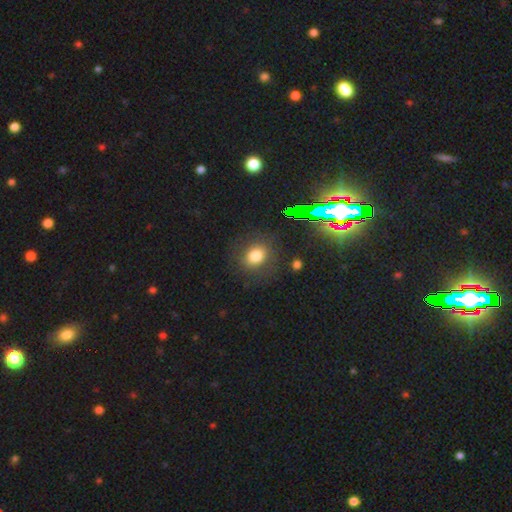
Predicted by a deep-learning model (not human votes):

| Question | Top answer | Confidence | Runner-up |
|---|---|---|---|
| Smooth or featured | smooth | 75% | star or artifact (16%) |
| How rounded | round | 57% | in between (42%) |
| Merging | none | 81% | minor disturbance (12%) |